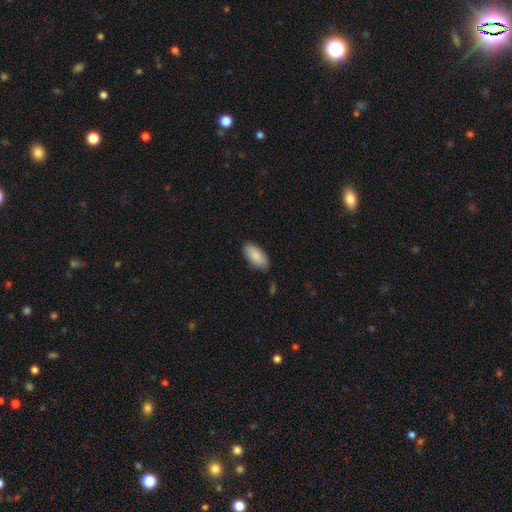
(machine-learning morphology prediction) Smooth or featured? smooth (88%)
How rounded? in between (91%)
Merging? none (81%)